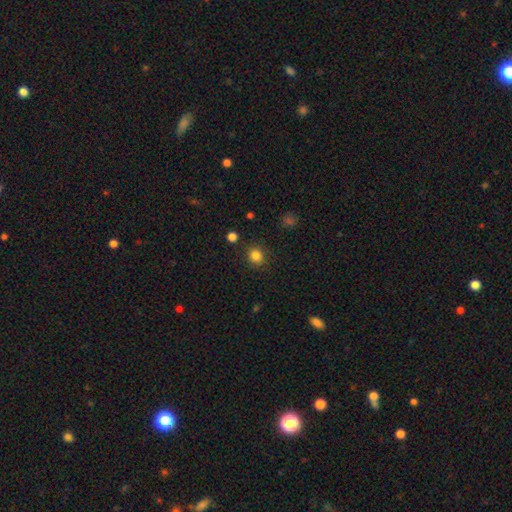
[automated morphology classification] This is clearly a smooth galaxy (83%). How rounded: clearly round (85%). Merging: clearly none (88%).